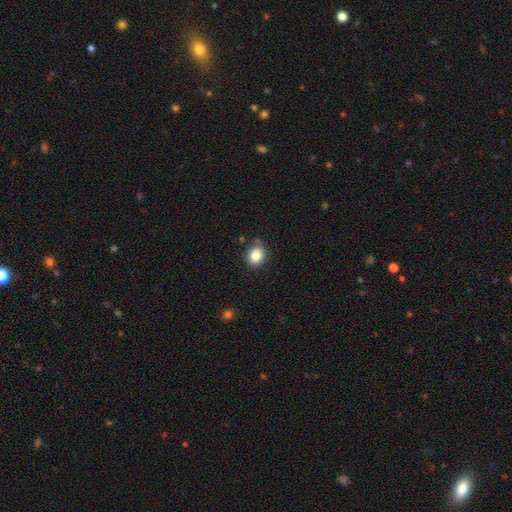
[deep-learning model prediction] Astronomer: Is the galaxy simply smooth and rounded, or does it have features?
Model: smooth — 86%.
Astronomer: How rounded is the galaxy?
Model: round — 60% (runner-up: in between, 39%).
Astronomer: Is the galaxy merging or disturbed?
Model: none — 84%.